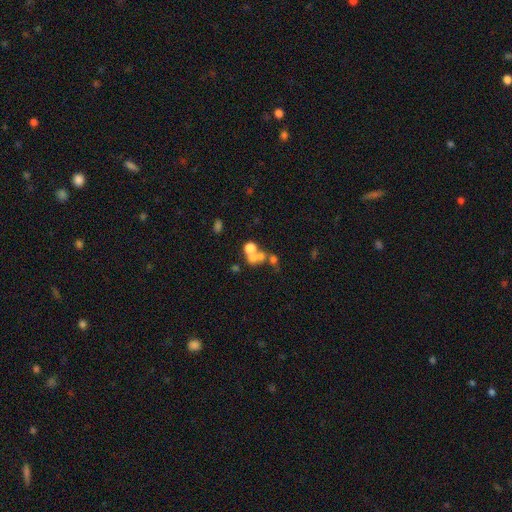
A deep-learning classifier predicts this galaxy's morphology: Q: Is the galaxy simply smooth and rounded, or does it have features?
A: smooth — 45%.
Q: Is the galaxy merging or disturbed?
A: merger — 48%.